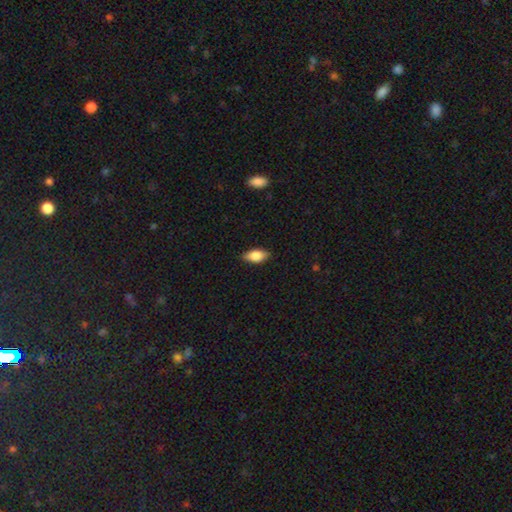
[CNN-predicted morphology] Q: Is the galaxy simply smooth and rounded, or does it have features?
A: smooth — 80%.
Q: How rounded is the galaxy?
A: in between — 88%.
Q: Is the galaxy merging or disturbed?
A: none — 86%.